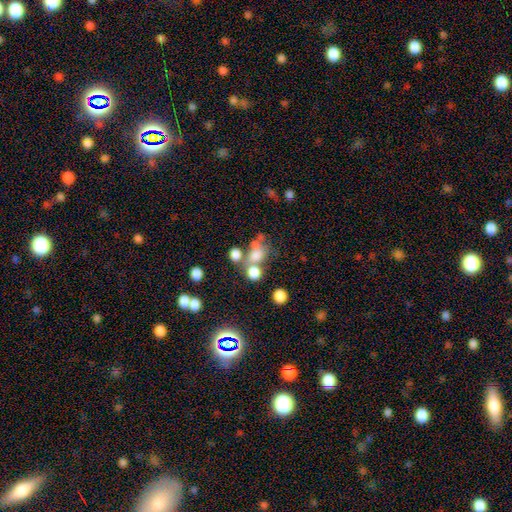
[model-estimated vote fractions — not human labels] The model was most divided on "merging": merger: 42%, none: 39%, minor disturbance: 10%, major disturbance: 9%. More confident: smooth or featured — smooth (66%); how rounded — round (61%).